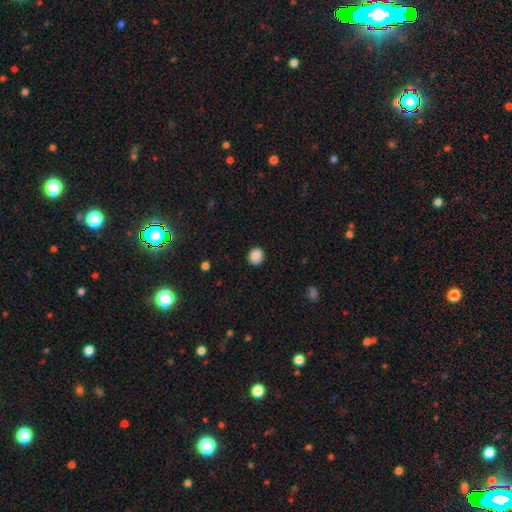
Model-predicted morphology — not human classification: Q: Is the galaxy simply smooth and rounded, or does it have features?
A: smooth — 88%.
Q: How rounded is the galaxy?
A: round — 80%.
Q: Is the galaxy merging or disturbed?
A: none — 89%.